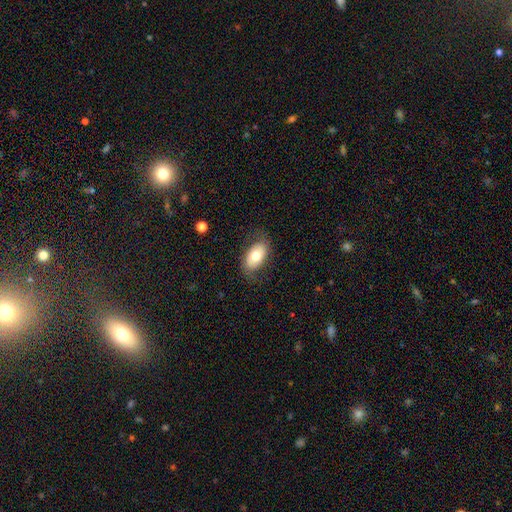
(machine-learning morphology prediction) Smooth or featured?
  - smooth: 68% *
  - featured or disk: 26%
  - star or artifact: 6%
How rounded?
  - in between: 93% *
  - round: 6%
  - cigar-shaped: 2%
Merging?
  - none: 77% *
  - minor disturbance: 16%
  - major disturbance: 6%
  - merger: 1%